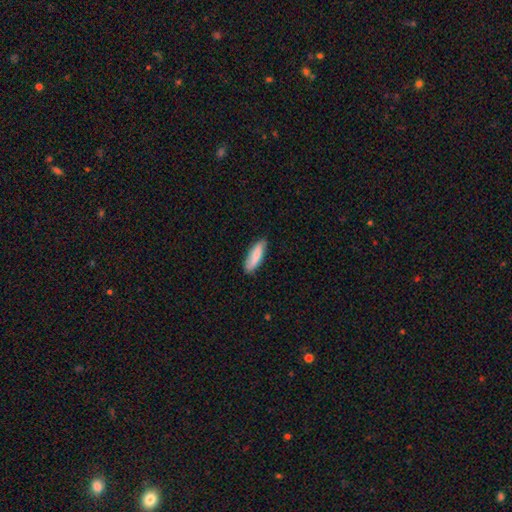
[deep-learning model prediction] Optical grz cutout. It shows a smooth galaxy with no disk features (76%) that is cigar-shaped (51%). Merging: none (84%).